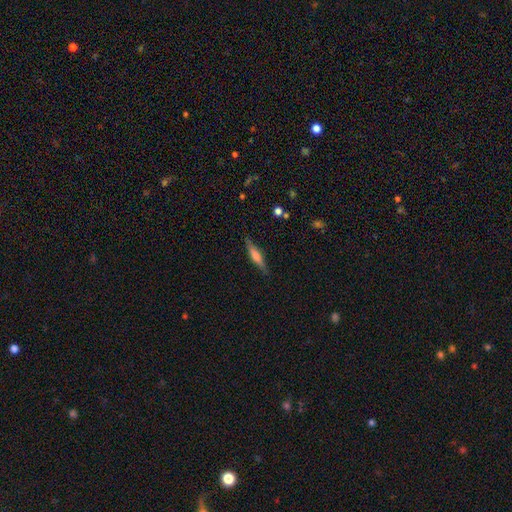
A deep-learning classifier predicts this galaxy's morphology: type=featured or disk (53%); edge-on=yes (95%); edge-on bulge=rounded (71%); merging=none (86%).